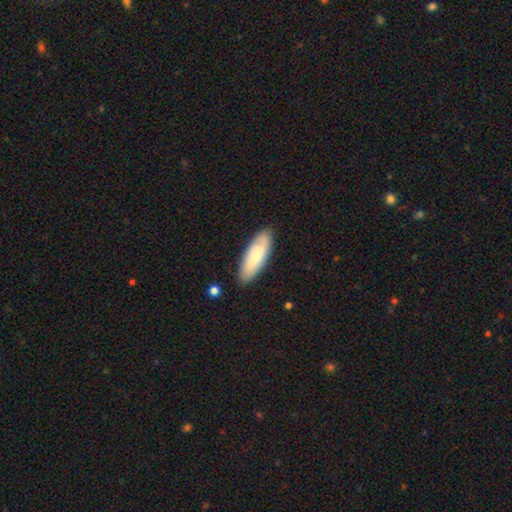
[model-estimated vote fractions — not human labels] Morphology: type=smooth (74%); roundness=in between (58%); merging=none (84%).